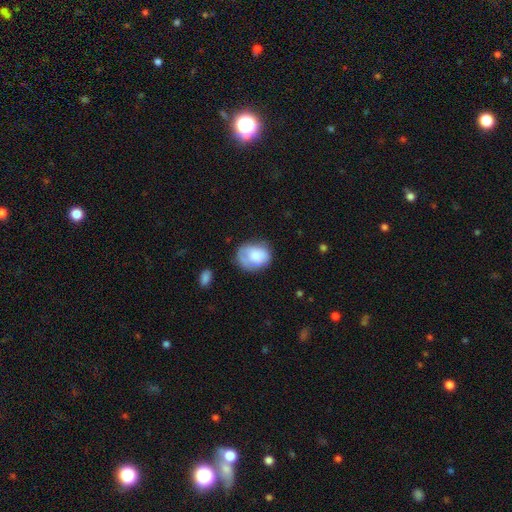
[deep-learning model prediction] Smooth or featured: smooth — 73% (featured or disk — 19%)
How rounded: in between — 53% (round — 46%)
Merging: none — 55% (minor disturbance — 30%)